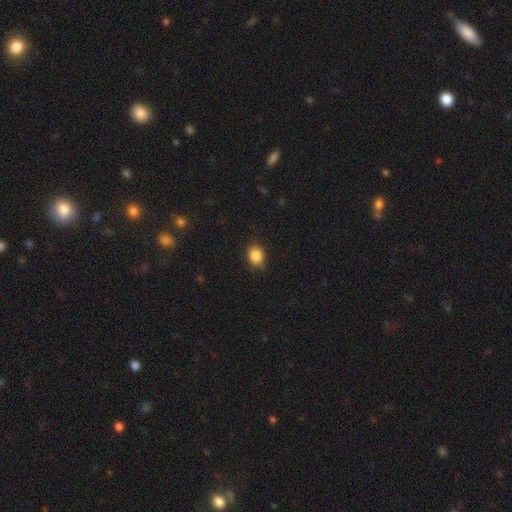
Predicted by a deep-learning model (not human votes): Morphology: type=smooth (86%); roundness=round (51%); merging=none (80%).